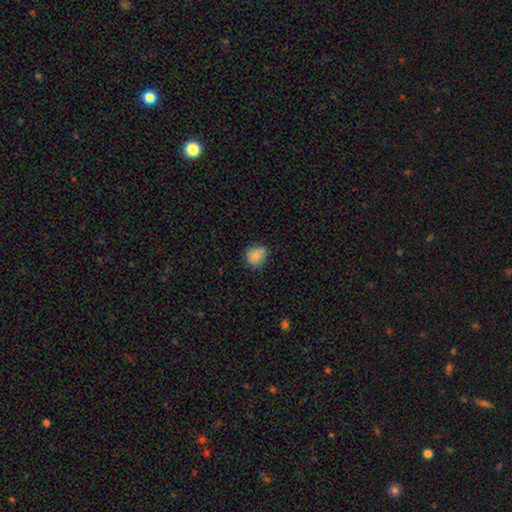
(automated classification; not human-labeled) This appears to be a smooth galaxy with no disk features (83%) that is round (76%). Merging: none (79%).